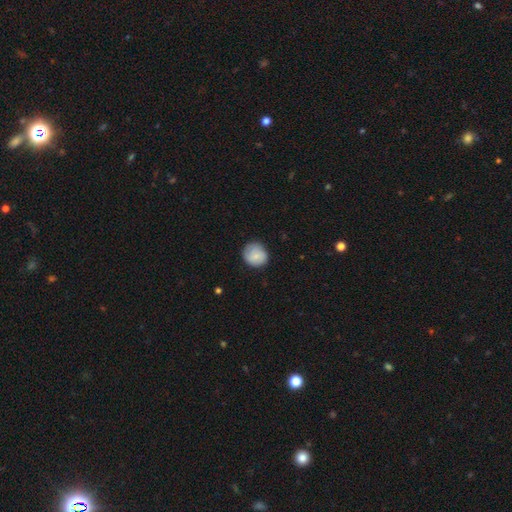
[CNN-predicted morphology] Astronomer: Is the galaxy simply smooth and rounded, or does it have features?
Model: smooth — 79%.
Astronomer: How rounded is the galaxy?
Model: round — 87%.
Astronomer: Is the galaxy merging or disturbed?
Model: none — 79%.